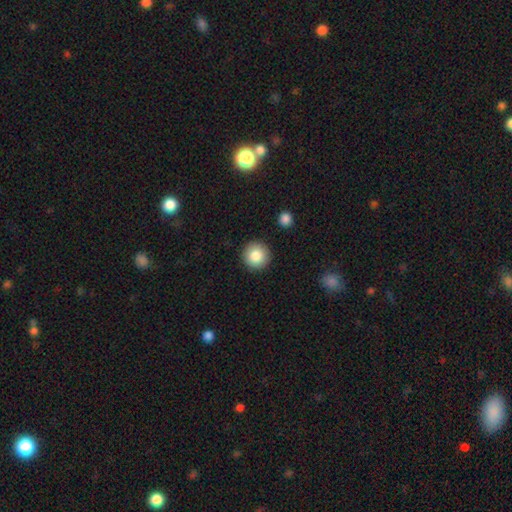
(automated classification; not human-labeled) Smooth or featured? Predicted: smooth (p=0.83). How rounded? Predicted: round (p=0.96). Merging? Predicted: none (p=0.91).